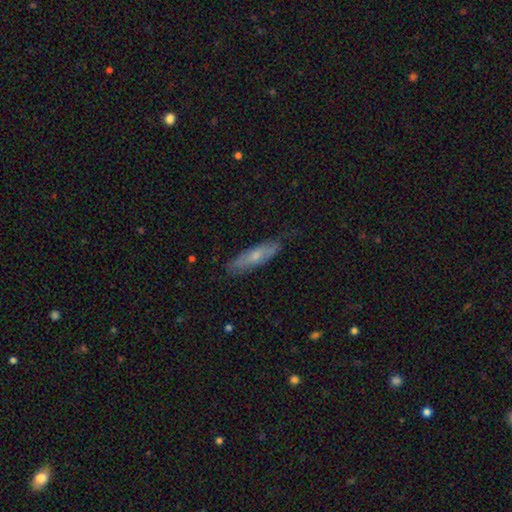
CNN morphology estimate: This is possibly a smooth galaxy (53%). How rounded: likely cigar-shaped (66%). Merging: likely none (72%).